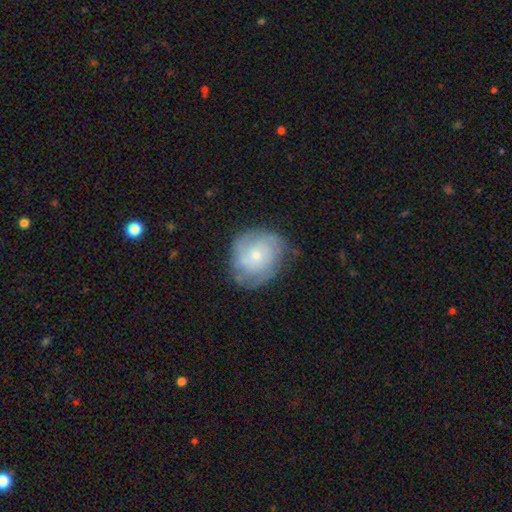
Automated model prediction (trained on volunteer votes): Morphology: type=featured or disk (69%); edge-on=no (98%); bar=no (80%); spiral arms=yes (88%); winding=tight (63%); arm count=can't tell (38%); bulge=small (66%); merging=none (72%).